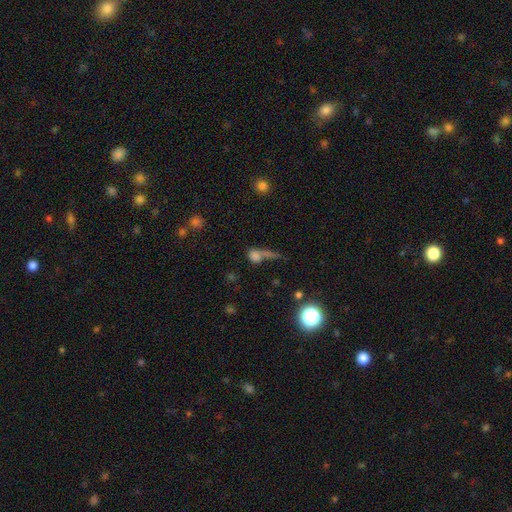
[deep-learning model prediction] The model was most divided on "how rounded": in between: 47%, round: 41%, cigar-shaped: 12%. Remaining: smooth or featured — smooth (67%); merging — merger (39%).